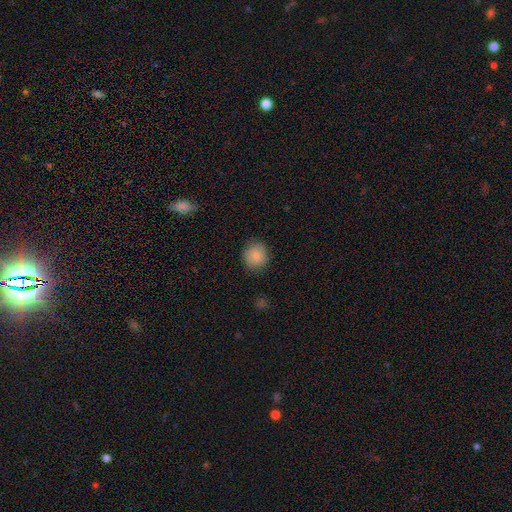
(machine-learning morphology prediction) Q: Smooth or featured?
A: smooth (85%); runner-up: star or artifact (8%)
Q: How rounded?
A: round (87%); runner-up: in between (12%)
Q: Merging?
A: none (85%); runner-up: minor disturbance (11%)